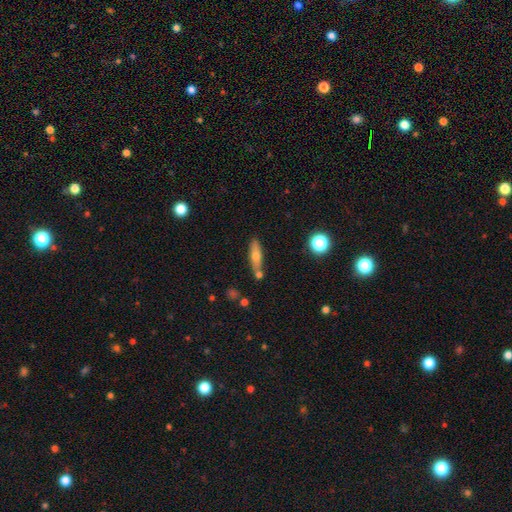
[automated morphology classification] This appears to be a smooth galaxy with no disk features (59%) that is cigar-shaped (56%). Merging: none (74%).